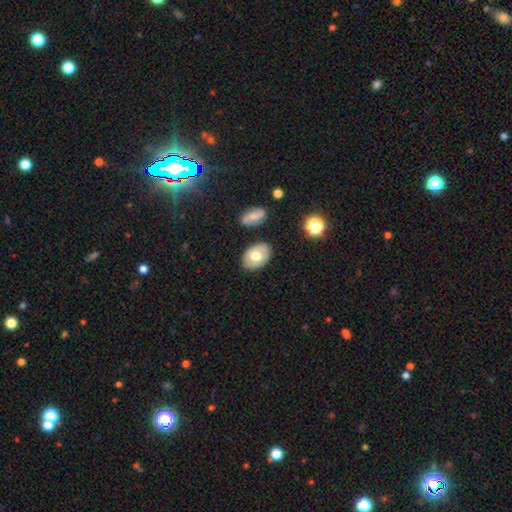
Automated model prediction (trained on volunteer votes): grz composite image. It shows a smooth galaxy with no disk features (61%) that is in between round and cigar-shaped (80%). Merging: none (82%).